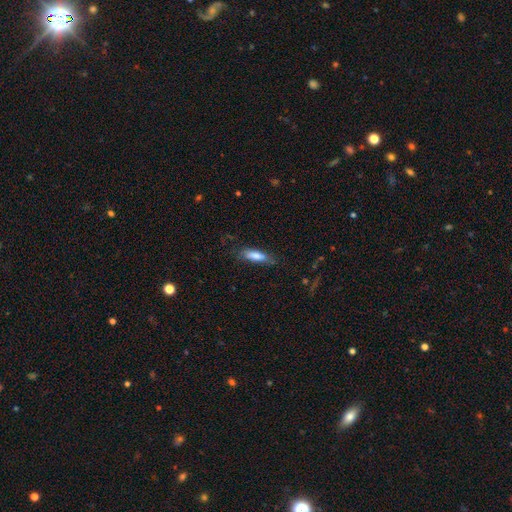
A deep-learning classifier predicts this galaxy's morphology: Smooth or featured? smooth (77%)
How rounded? cigar-shaped (55%)
Merging? none (69%)